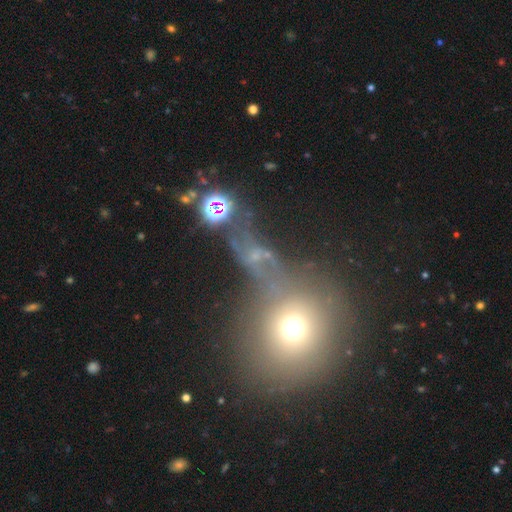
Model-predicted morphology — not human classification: Q: Smooth or featured?
A: star or artifact (36%); runner-up: smooth (34%)